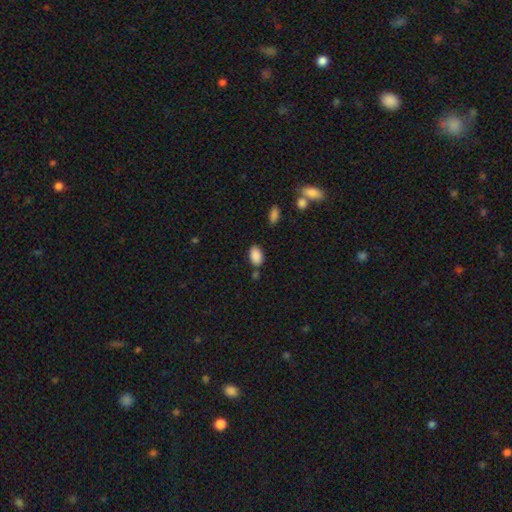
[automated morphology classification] Smooth or featured?
  - smooth: 88% *
  - star or artifact: 8%
  - featured or disk: 4%
How rounded?
  - in between: 89% *
  - round: 9%
  - cigar-shaped: 1%
Merging?
  - none: 74% *
  - minor disturbance: 15%
  - merger: 8%
  - major disturbance: 4%